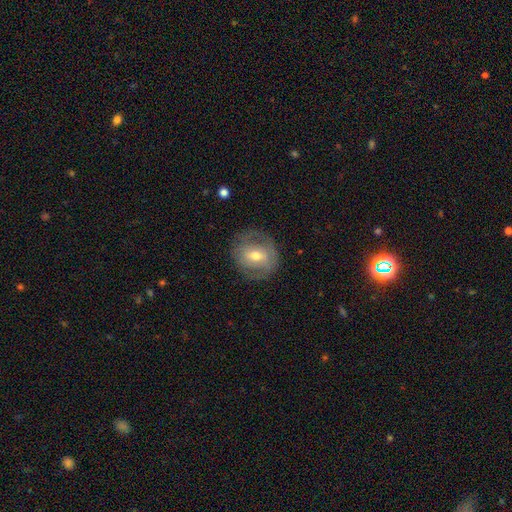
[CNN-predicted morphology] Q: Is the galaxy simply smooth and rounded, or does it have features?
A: featured or disk — 56%.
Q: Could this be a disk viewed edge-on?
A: no — 94%.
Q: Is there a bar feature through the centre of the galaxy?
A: weak — 46%.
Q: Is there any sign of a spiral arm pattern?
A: yes — 57%.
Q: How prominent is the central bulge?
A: moderate — 65%.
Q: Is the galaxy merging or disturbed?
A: none — 75%.